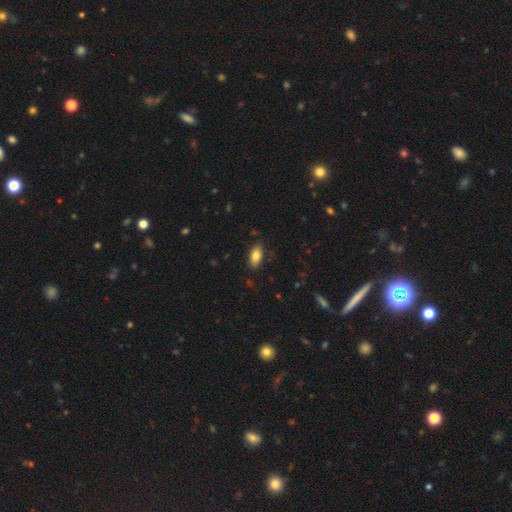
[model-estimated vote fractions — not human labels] Q: Smooth or featured?
A: smooth (82%); runner-up: featured or disk (11%)
Q: How rounded?
A: in between (89%); runner-up: cigar-shaped (8%)
Q: Merging?
A: none (85%); runner-up: minor disturbance (11%)